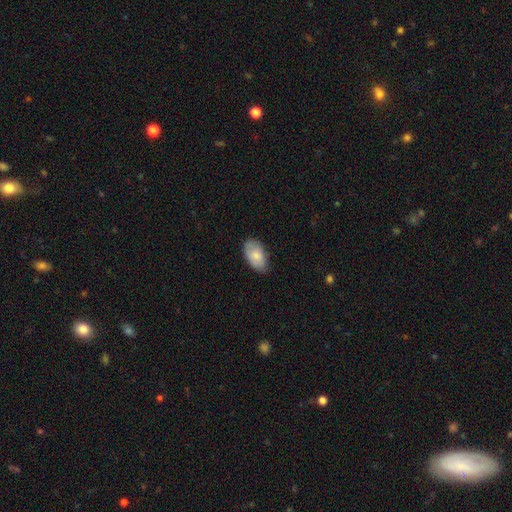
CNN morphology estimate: A smooth galaxy with no disk features (80%) that is in between round and cigar-shaped (94%).

Vote fractions:
- Smooth or featured? smooth: 80% / featured or disk: 14% / star or artifact: 6%
- How rounded? in between: 94% / round: 5% / cigar-shaped: 1%
- Merging? none: 74% / minor disturbance: 22% / major disturbance: 3% / merger: 1%